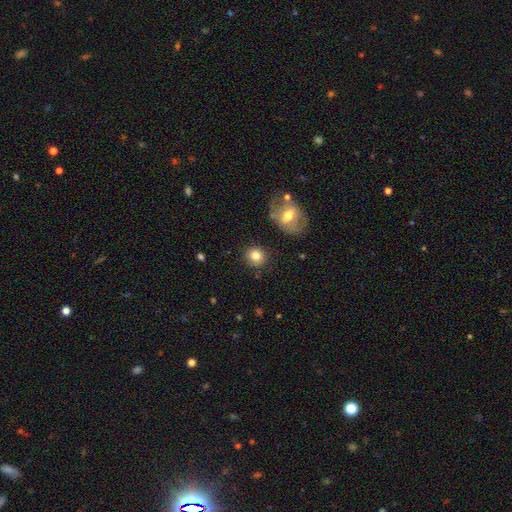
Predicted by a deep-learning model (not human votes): This appears to be a smooth galaxy with no disk features (81%) that is round (86%). Merging: none (84%).